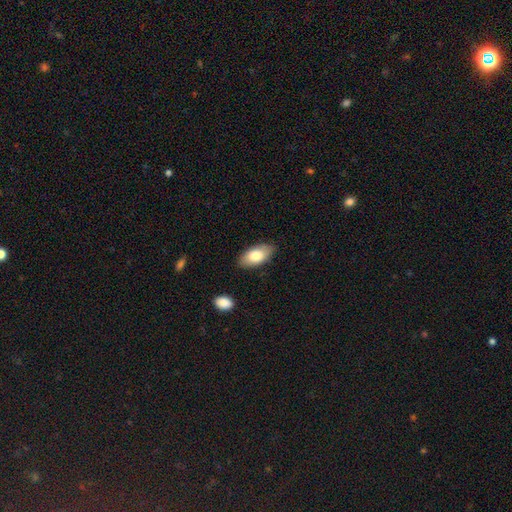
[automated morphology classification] A smooth galaxy with no disk features (80%) that is in between round and cigar-shaped (93%). Merging: none (85%).